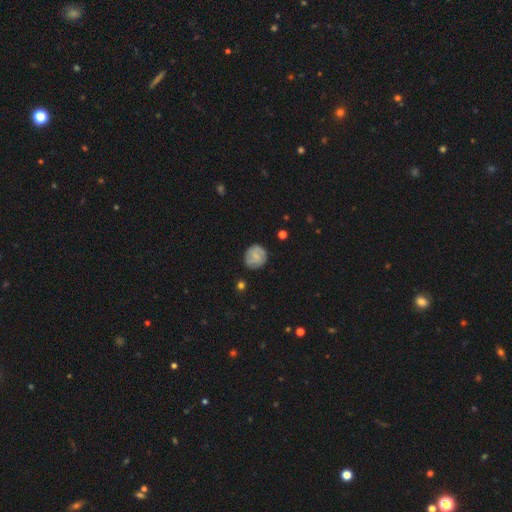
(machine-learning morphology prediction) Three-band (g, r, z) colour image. It shows a smooth galaxy with no disk features (48%). Merging: none (83%).